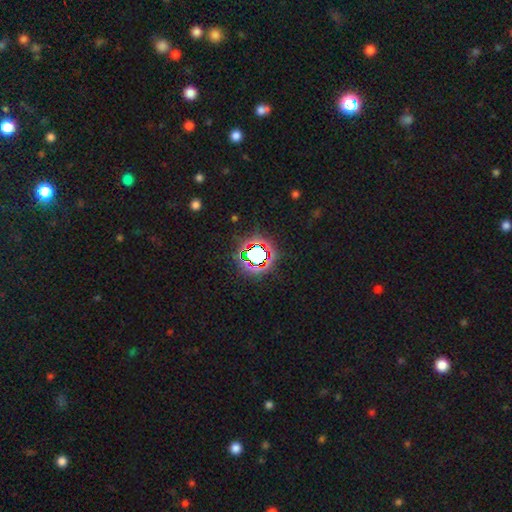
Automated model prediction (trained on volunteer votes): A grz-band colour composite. It shows a star or artifact, not a galaxy (71%).